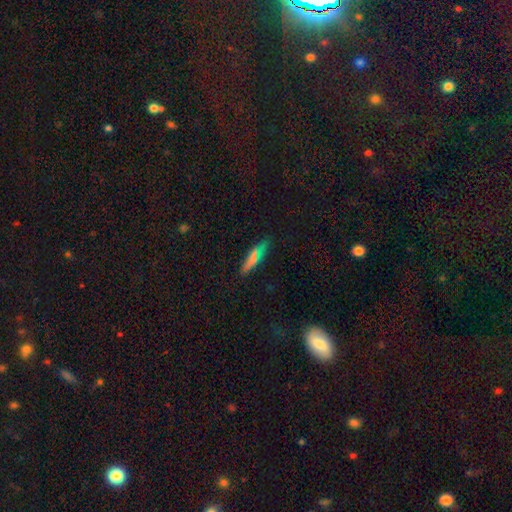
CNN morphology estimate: Smooth or featured? smooth (69%)
How rounded? cigar-shaped (67%)
Merging? none (82%)